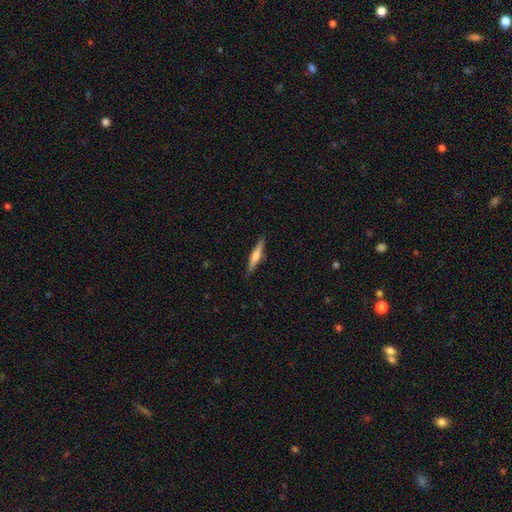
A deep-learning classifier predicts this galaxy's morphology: Smooth or featured?
  - featured or disk: 48% *
  - smooth: 46%
  - star or artifact: 6%
Merging?
  - none: 88% *
  - minor disturbance: 9%
  - major disturbance: 2%
  - merger: 1%